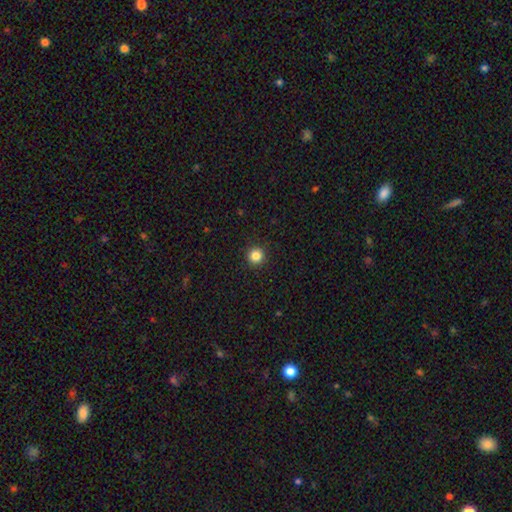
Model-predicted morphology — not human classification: Smooth or featured? smooth (84%)
How rounded? round (96%)
Merging? none (93%)